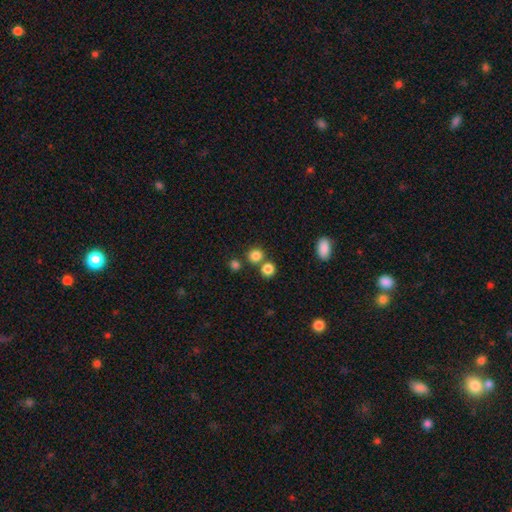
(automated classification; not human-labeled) smooth 82%, star or artifact 13%, featured or disk 5%. Down the decision tree: how rounded — round (85%); merging — none (67%).